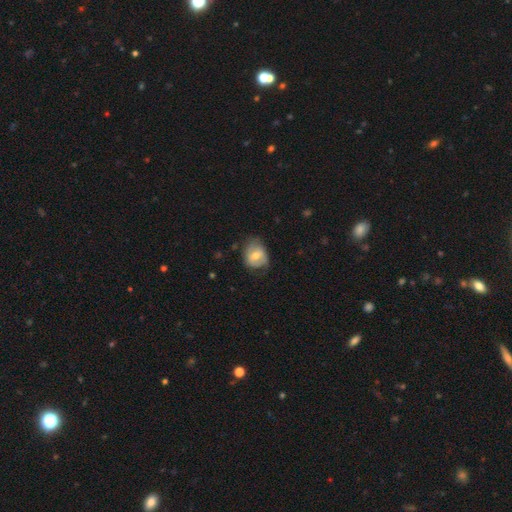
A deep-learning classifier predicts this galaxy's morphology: smooth 55%, featured or disk 38%, star or artifact 7%. Down the decision tree: how rounded — round (52%); merging — none (53%).